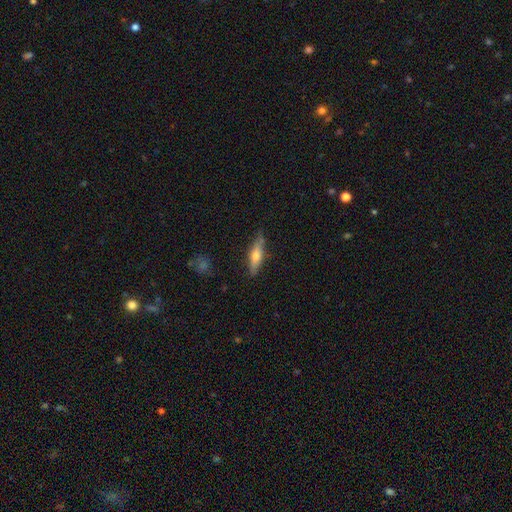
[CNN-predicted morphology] type=smooth (51%); roundness=cigar-shaped (67%); merging=none (82%).